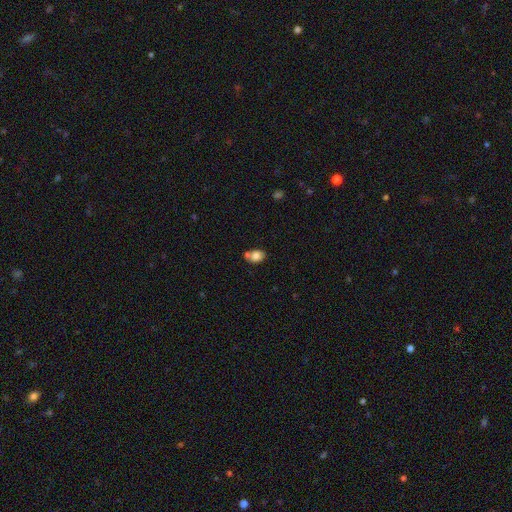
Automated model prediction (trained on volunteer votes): Smooth or featured: smooth — 80% (featured or disk — 10%)
How rounded: in between — 65% (round — 33%)
Merging: none — 52% (merger — 28%)